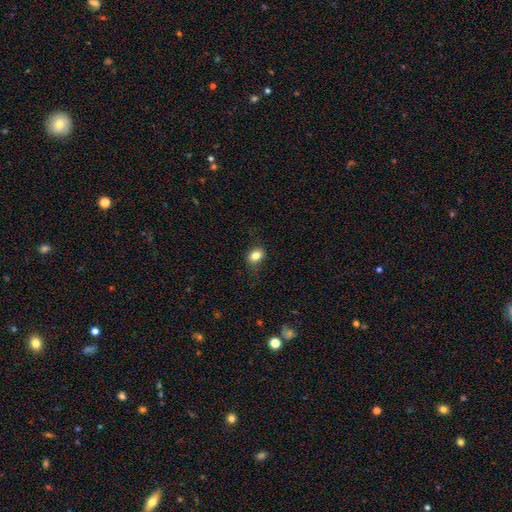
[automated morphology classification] This is clearly a smooth galaxy (82%). How rounded: likely in between (61%). Merging: likely none (75%).